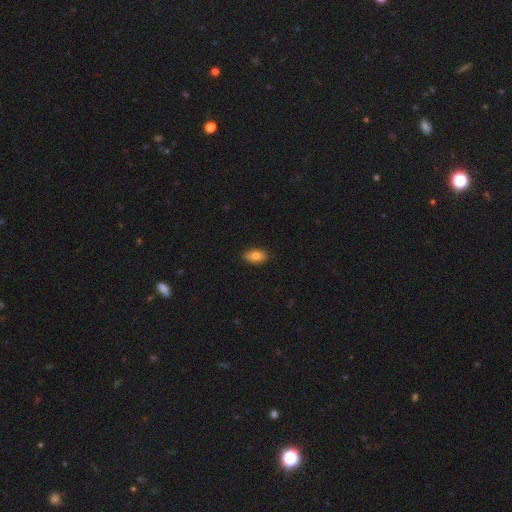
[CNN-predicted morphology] Smooth or featured? Predicted: smooth (p=0.83). How rounded? Predicted: in between (p=0.91). Merging? Predicted: none (p=0.82).